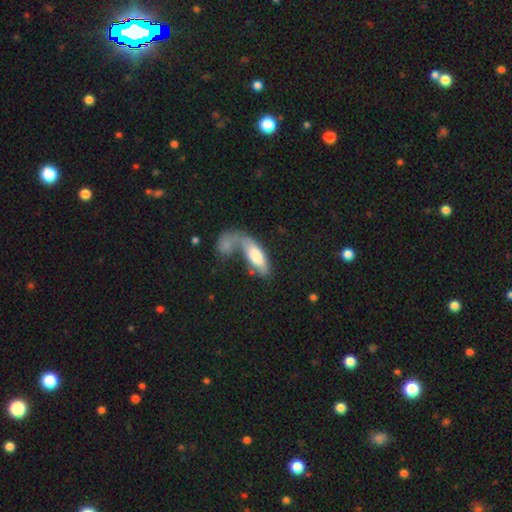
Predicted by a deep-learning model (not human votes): Q: Smooth or featured?
A: smooth (69%); runner-up: featured or disk (26%)
Q: How rounded?
A: in between (75%); runner-up: cigar-shaped (22%)
Q: Merging?
A: merger (50%); runner-up: none (20%)